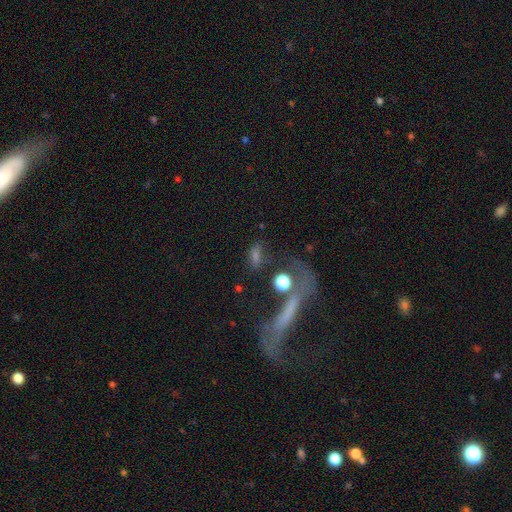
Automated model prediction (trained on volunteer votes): Overall: smooth (59%; featured or disk 23%). How rounded: in between (49%; cigar-shaped 29%). Merging: none (54%; minor disturbance 16%).